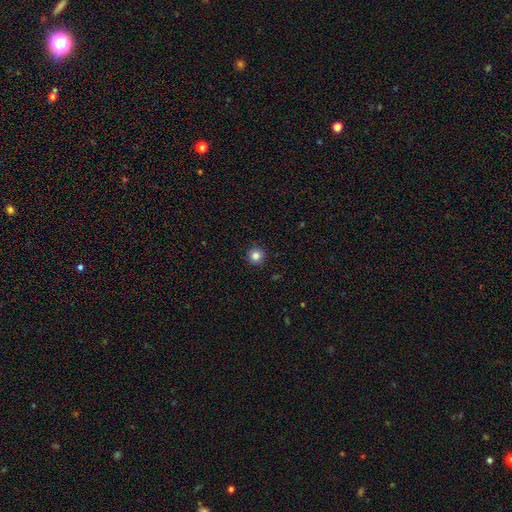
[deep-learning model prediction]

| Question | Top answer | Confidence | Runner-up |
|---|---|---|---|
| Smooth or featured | smooth | 84% | star or artifact (11%) |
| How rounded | round | 95% | in between (4%) |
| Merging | none | 92% | minor disturbance (5%) |